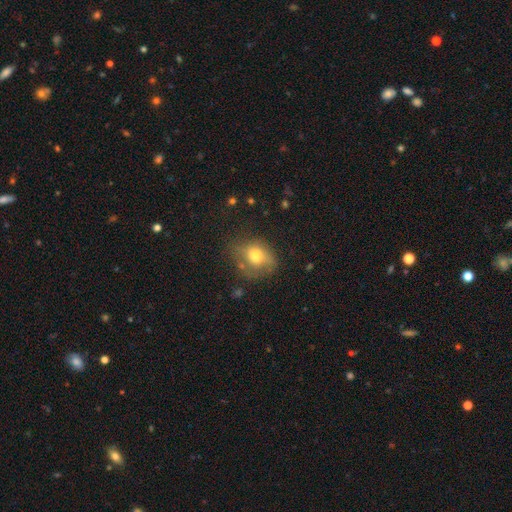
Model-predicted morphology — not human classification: This appears to be a smooth galaxy with no disk features (69%) that is round (56%). Merging: none (56%).